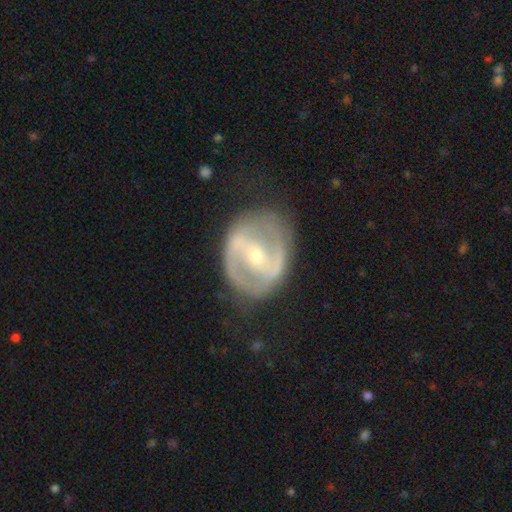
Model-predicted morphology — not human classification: featured or disk 83%, smooth 12%, star or artifact 5%. Down the decision tree: edge-on disk — no (96%); bar — strong (44%); spiral arms — yes (77%); spiral arm count — 2 (82%); spiral winding — medium (49%); bulge size — small (50%); merging — none (73%).